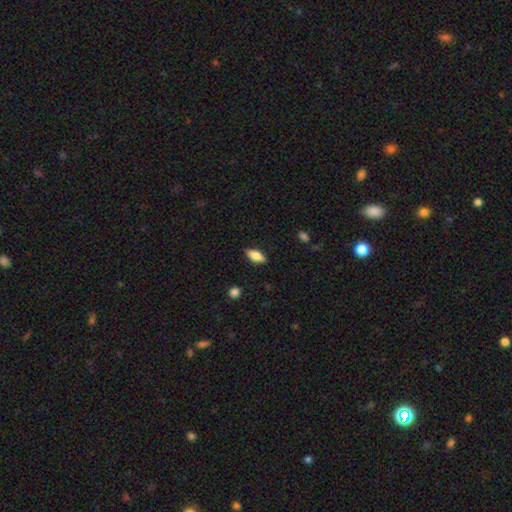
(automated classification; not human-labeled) Smooth or featured? smooth (77%)
How rounded? in between (83%)
Merging? none (87%)